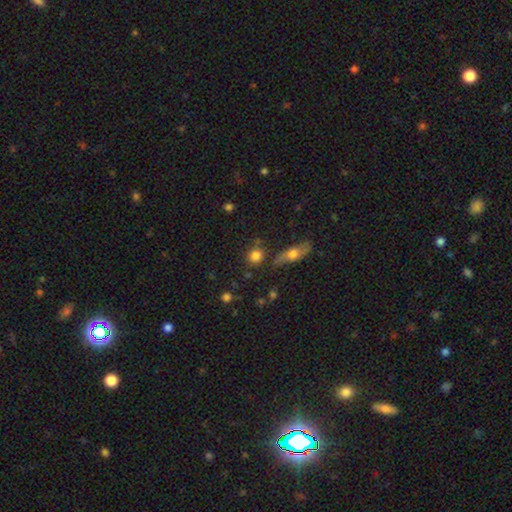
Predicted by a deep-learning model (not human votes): The model was most divided on "merging": none: 77%, minor disturbance: 11%, merger: 8%, major disturbance: 4%. More confident: how rounded — round (83%); smooth or featured — smooth (82%).